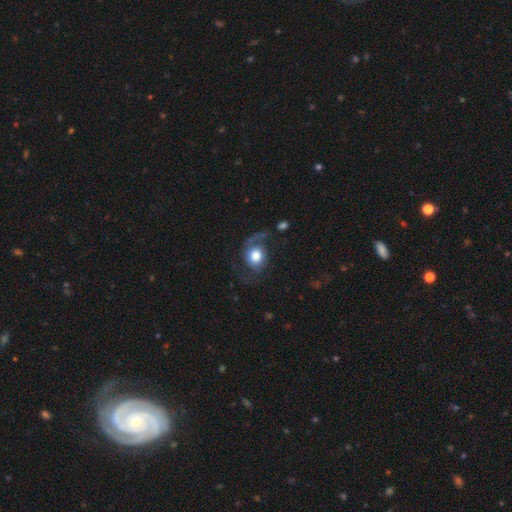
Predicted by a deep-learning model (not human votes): Q: Smooth or featured?
A: featured or disk (53%); runner-up: smooth (40%)
Q: Edge-on disk?
A: no (97%); runner-up: yes (3%)
Q: Bar?
A: no (74%); runner-up: weak (22%)
Q: Spiral arms?
A: yes (85%); runner-up: no (15%)
Q: Bulge size?
A: large (45%); runner-up: moderate (35%)
Q: Merging?
A: none (49%); runner-up: major disturbance (29%)